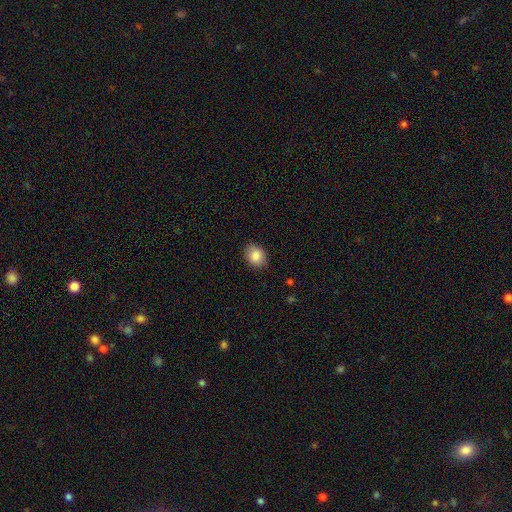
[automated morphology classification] Smooth or featured? Predicted: smooth (p=0.86). How rounded? Predicted: in between (p=0.57). Merging? Predicted: none (p=0.85).